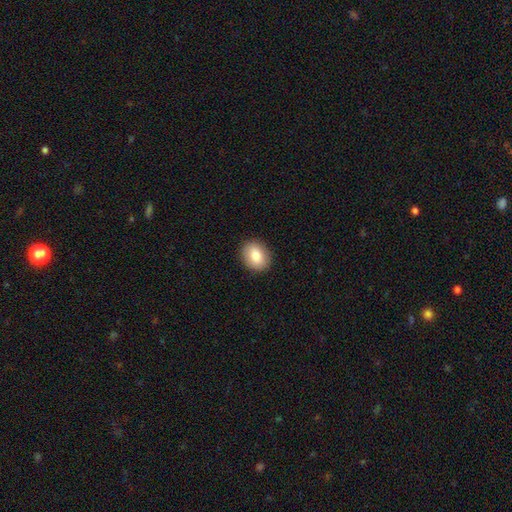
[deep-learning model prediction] Overall: smooth (83%). How rounded: in between (55%; round 44%). Merging: none (90%).